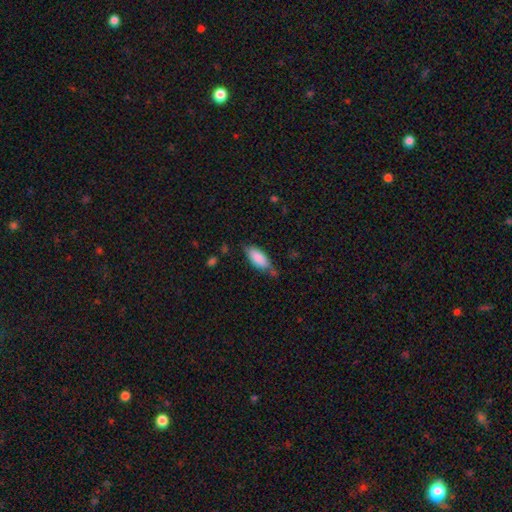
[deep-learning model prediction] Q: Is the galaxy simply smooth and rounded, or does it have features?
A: smooth — 86%.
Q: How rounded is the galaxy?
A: in between — 84%.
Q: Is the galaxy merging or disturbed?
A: none — 56%.